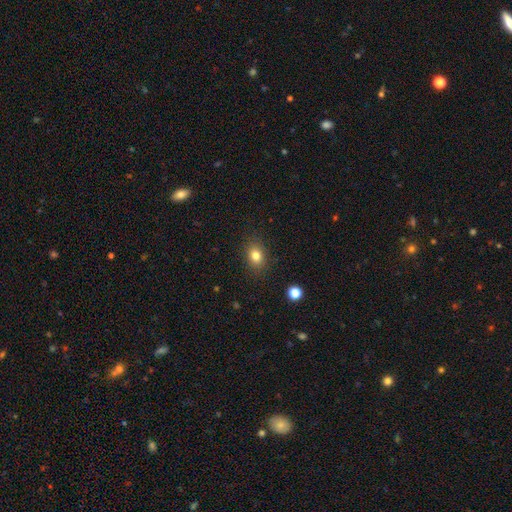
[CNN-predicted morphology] The model was most divided on "how rounded": in between: 60%, round: 39%, cigar-shaped: 1%. More confident: merging — none (86%); smooth or featured — smooth (82%).